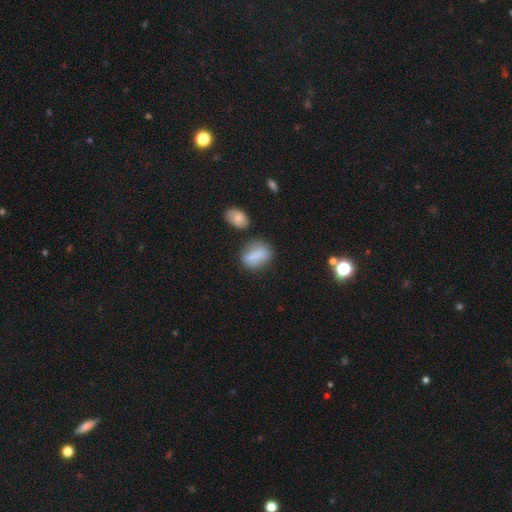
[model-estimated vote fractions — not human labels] smooth 77%, featured or disk 14%, star or artifact 9%. Down the decision tree: how rounded — in between (75%); merging — none (59%).